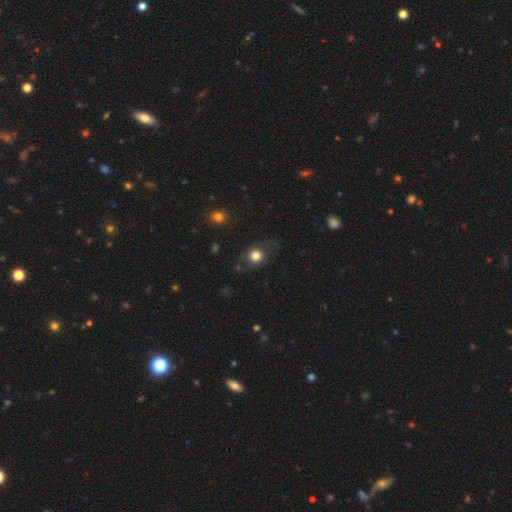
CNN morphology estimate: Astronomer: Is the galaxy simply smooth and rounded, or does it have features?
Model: smooth — 78%.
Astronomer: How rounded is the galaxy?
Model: round — 81%.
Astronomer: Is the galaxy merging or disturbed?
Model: none — 73%.